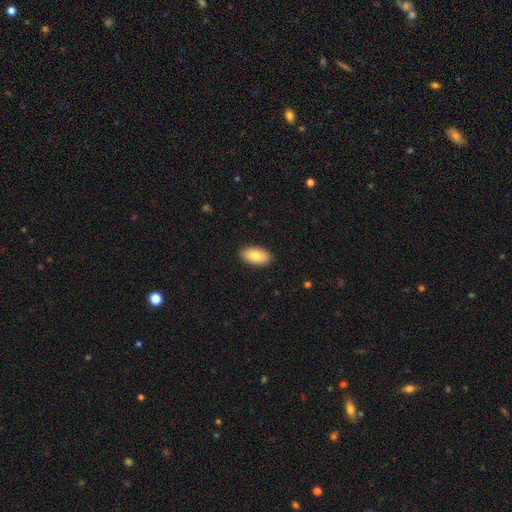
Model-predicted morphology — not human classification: smooth 83%, featured or disk 11%, star or artifact 6%. Down the decision tree: how rounded — in between (95%); merging — none (90%).